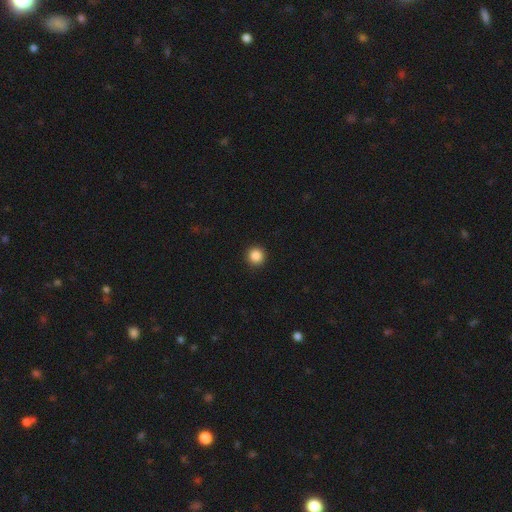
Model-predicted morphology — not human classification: Smooth or featured?
  - smooth: 87% *
  - star or artifact: 10%
  - featured or disk: 3%
How rounded?
  - round: 95% *
  - in between: 4%
  - cigar-shaped: 1%
Merging?
  - none: 92% *
  - minor disturbance: 5%
  - major disturbance: 2%
  - merger: 1%